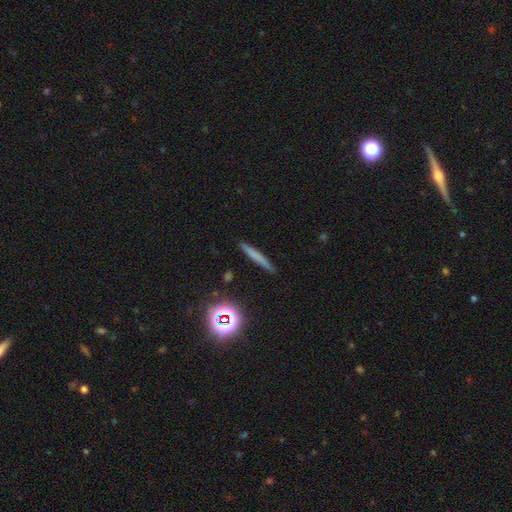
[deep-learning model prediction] This appears to be a smooth galaxy with no disk features (62%) that is cigar-shaped (94%). Merging: none (88%).